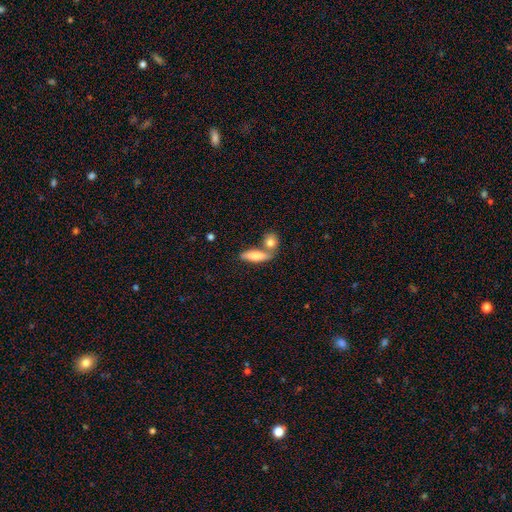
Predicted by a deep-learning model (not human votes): Smooth or featured? smooth (77%)
How rounded? in between (55%)
Merging? none (50%)